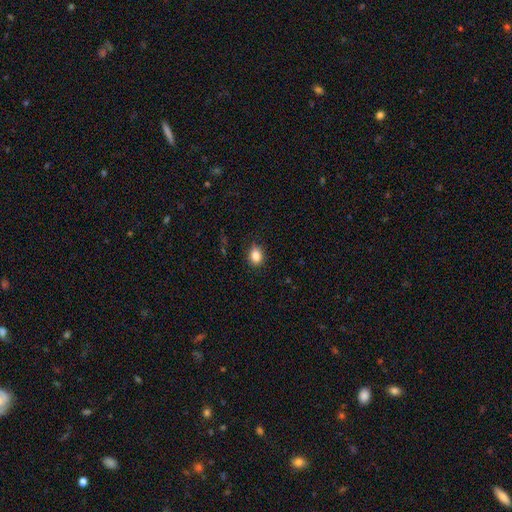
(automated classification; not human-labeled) The model was most divided on "how rounded": in between: 62%, round: 37%, cigar-shaped: 1%. More confident: smooth or featured — smooth (86%); merging — none (83%).